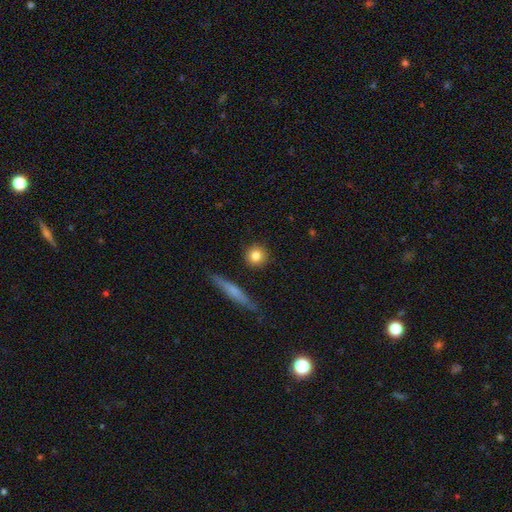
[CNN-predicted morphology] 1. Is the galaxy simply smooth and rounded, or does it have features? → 80% smooth, 11% featured or disk, 9% star or artifact.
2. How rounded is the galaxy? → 90% round, 7% in between, 3% cigar-shaped.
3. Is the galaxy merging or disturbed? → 88% none, 7% minor disturbance, 2% merger, 2% major disturbance.